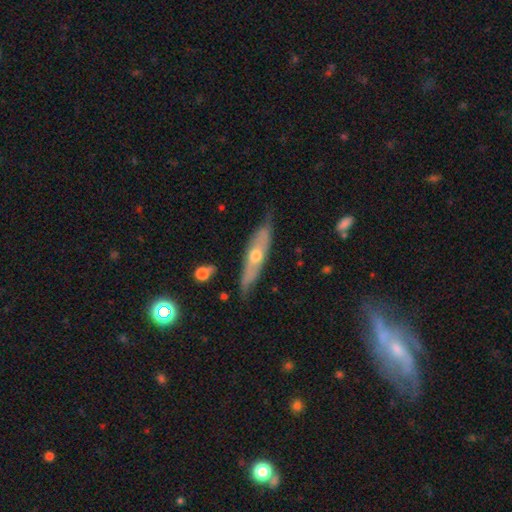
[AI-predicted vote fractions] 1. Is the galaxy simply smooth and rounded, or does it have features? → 57% featured or disk, 38% smooth, 5% star or artifact.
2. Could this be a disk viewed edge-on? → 65% yes, 35% no.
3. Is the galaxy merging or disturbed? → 70% none, 23% minor disturbance, 5% major disturbance, 2% merger.